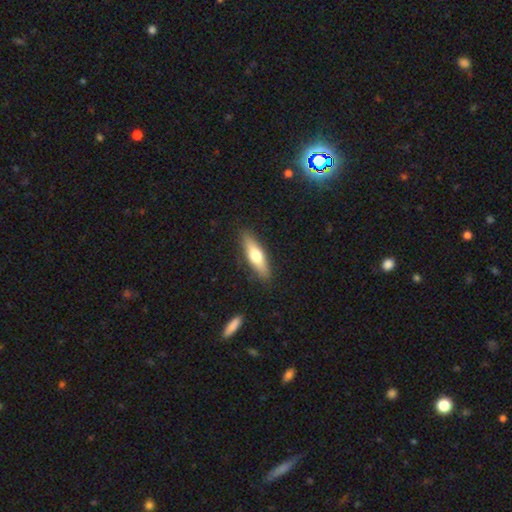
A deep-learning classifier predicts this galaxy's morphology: A smooth galaxy with no disk features (58%) that is cigar-shaped (63%).

Vote fractions:
- Smooth or featured? smooth: 58% / featured or disk: 36% / star or artifact: 6%
- How rounded? cigar-shaped: 63% / in between: 34% / round: 2%
- Merging? none: 88% / minor disturbance: 9% / major disturbance: 2% / merger: 1%